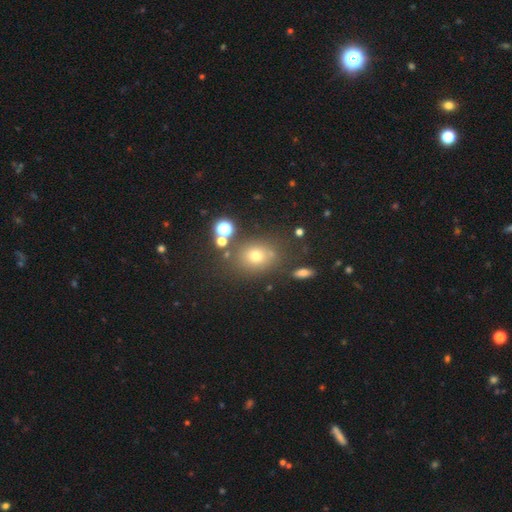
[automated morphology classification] A smooth galaxy with no disk features (63%) that is round (54%). Merging: none (73%).